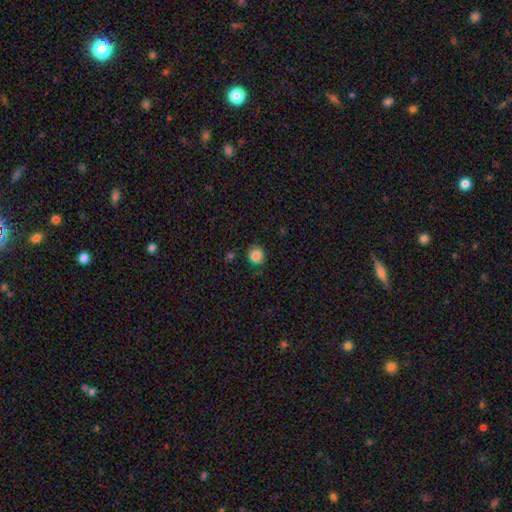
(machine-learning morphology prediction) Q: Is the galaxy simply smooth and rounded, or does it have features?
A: smooth — 83%.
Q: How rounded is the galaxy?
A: round — 74%.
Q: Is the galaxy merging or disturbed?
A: none — 79%.